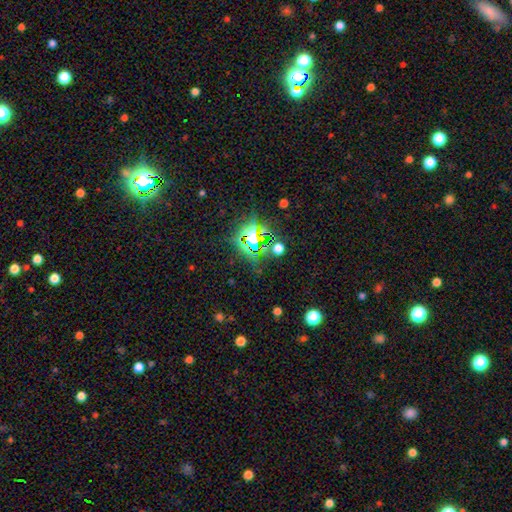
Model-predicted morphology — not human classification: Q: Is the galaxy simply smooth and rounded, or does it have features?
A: star or artifact — 77%.